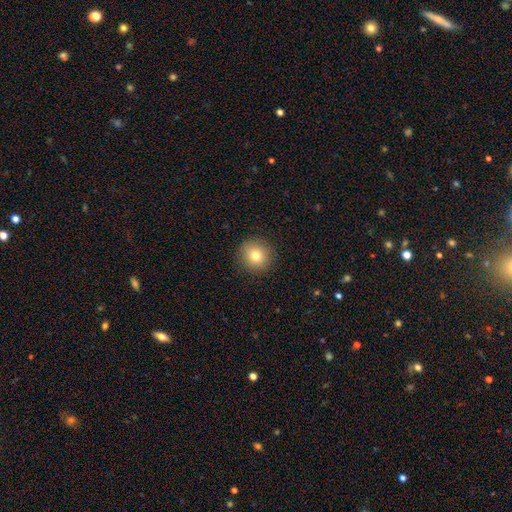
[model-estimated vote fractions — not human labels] Smooth or featured: smooth — 79% (star or artifact — 11%)
How rounded: round — 94% (in between — 5%)
Merging: none — 91% (minor disturbance — 6%)